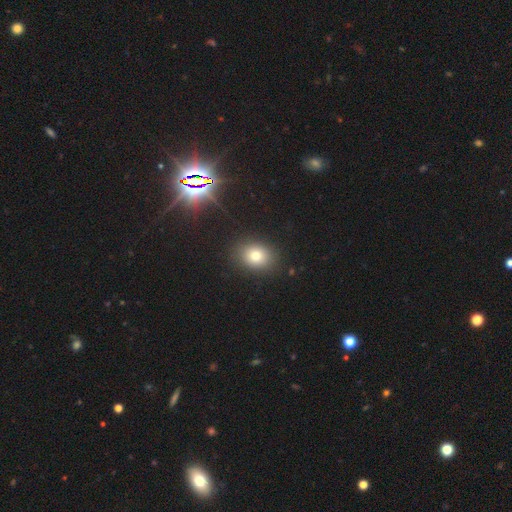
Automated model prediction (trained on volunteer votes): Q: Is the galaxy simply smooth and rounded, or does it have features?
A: smooth — 77%.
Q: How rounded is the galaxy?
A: round — 51%.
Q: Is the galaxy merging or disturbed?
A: none — 88%.